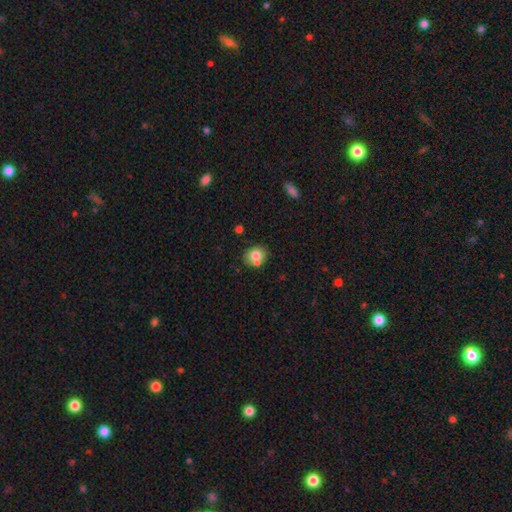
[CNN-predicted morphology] Overall: smooth (75%). How rounded: round (64%; in between 35%). Merging: none (58%; merger 23%).